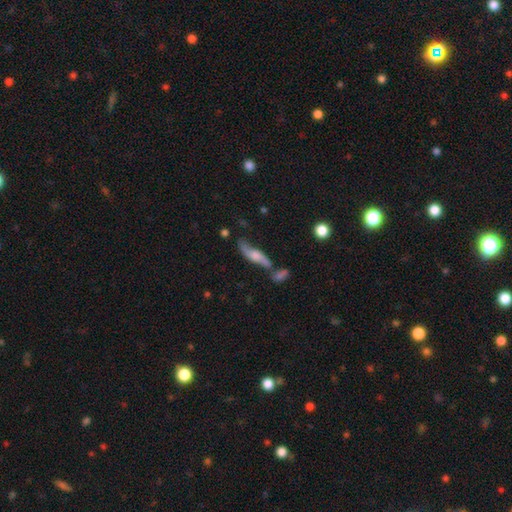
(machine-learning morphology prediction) Smooth or featured?
  - featured or disk: 62% *
  - smooth: 31%
  - star or artifact: 7%
Edge-on disk?
  - no: 57% *
  - yes: 43%
Merging?
  - none: 53% *
  - minor disturbance: 20%
  - merger: 17%
  - major disturbance: 9%